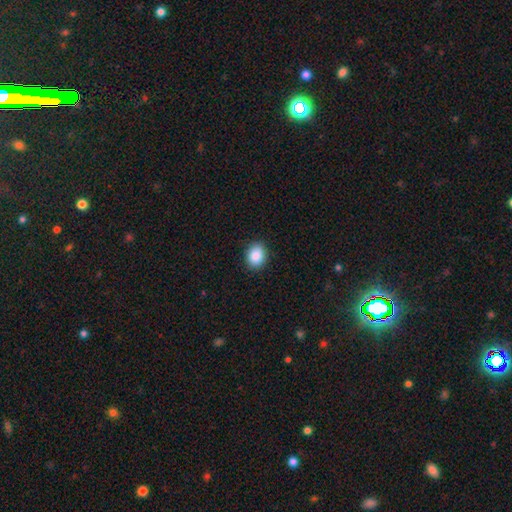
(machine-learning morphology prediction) smooth_or_featured: smooth (p=0.88) [alt: star or artifact p=0.08]
how_rounded: in between (p=0.53) [alt: round p=0.47]
merging: none (p=0.89) [alt: minor disturbance p=0.08]